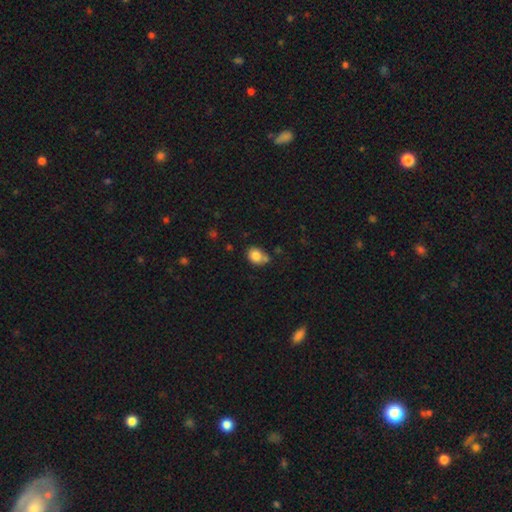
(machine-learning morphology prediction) type=smooth (82%); roundness=round (53%); merging=none (54%).